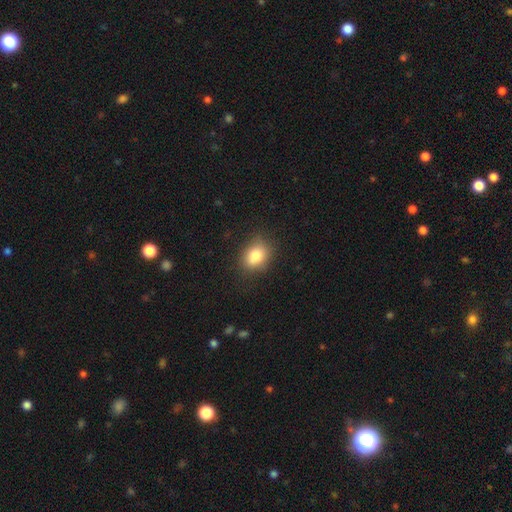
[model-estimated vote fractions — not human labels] Smooth or featured? Predicted: smooth (p=0.81). How rounded? Predicted: in between (p=0.58). Merging? Predicted: none (p=0.79).